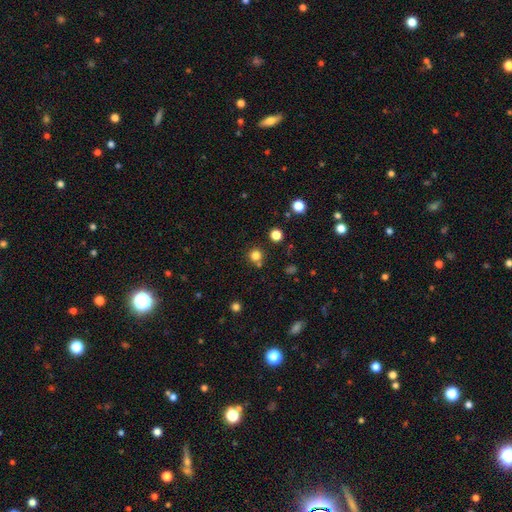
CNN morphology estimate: This is likely a smooth galaxy (79%). How rounded: clearly round (94%). Merging: likely none (78%).